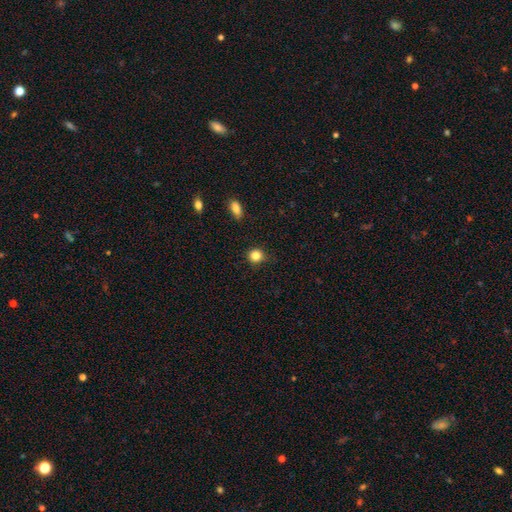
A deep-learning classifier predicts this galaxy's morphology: Smooth or featured? Predicted: smooth (p=0.84). How rounded? Predicted: round (p=0.88). Merging? Predicted: none (p=0.87).